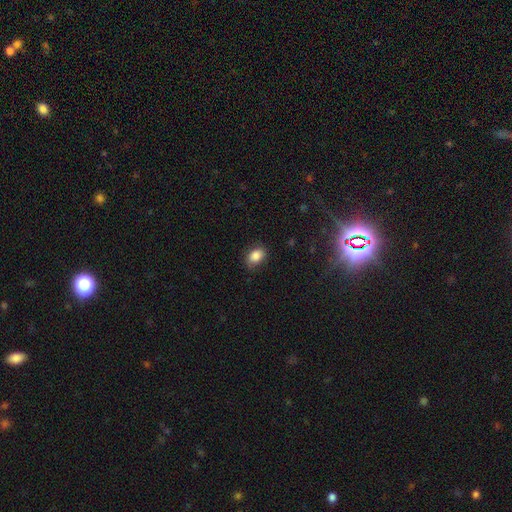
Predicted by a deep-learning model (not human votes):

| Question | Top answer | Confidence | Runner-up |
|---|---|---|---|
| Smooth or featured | smooth | 84% | star or artifact (9%) |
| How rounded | in between | 76% | round (22%) |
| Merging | none | 73% | minor disturbance (21%) |